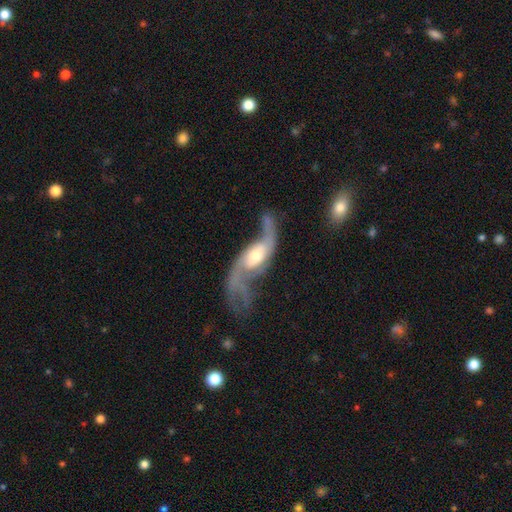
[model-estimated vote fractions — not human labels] smooth_or_featured: featured or disk (p=0.85) [alt: smooth p=0.09]
disk_edge_on: no (p=0.93) [alt: yes p=0.07]
bar: no (p=0.48) [alt: weak p=0.36]
has_spiral_arms: yes (p=0.93) [alt: no p=0.07]
spiral_winding: loose (p=0.76) [alt: medium p=0.19]
spiral_arm_count: 2 (p=0.88) [alt: can't tell p=0.04]
bulge_size: moderate (p=0.62) [alt: small p=0.22]
merging: none (p=0.42) [alt: major disturbance p=0.31]